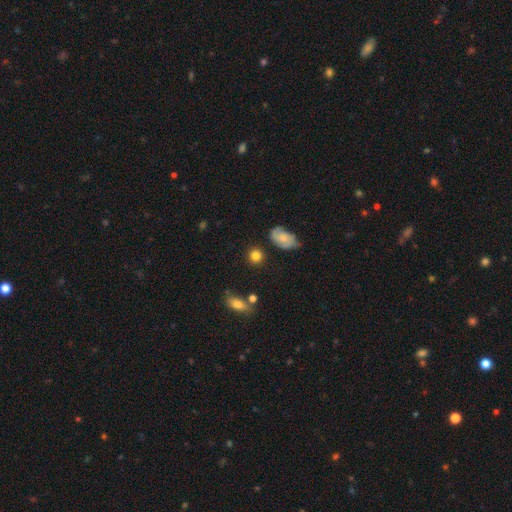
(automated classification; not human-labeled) A smooth galaxy with no disk features (80%) that is round (84%).

Vote fractions:
- Smooth or featured? smooth: 80% / star or artifact: 10% / featured or disk: 10%
- How rounded? round: 84% / in between: 15% / cigar-shaped: 2%
- Merging? none: 80% / minor disturbance: 12% / merger: 5% / major disturbance: 4%